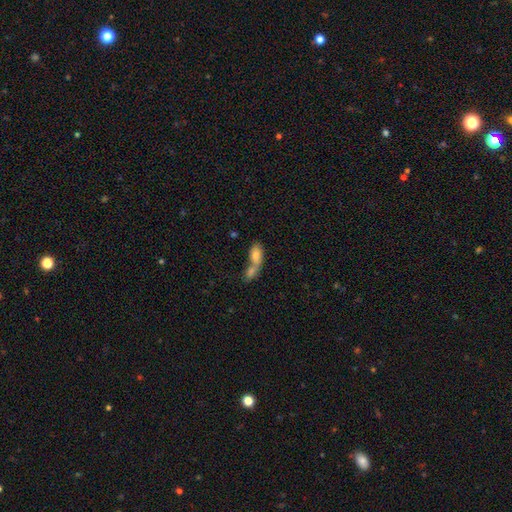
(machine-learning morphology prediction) Smooth or featured?
  - smooth: 76% *
  - featured or disk: 17%
  - star or artifact: 7%
How rounded?
  - in between: 85% *
  - round: 8%
  - cigar-shaped: 7%
Merging?
  - merger: 72% *
  - none: 17%
  - minor disturbance: 6%
  - major disturbance: 4%